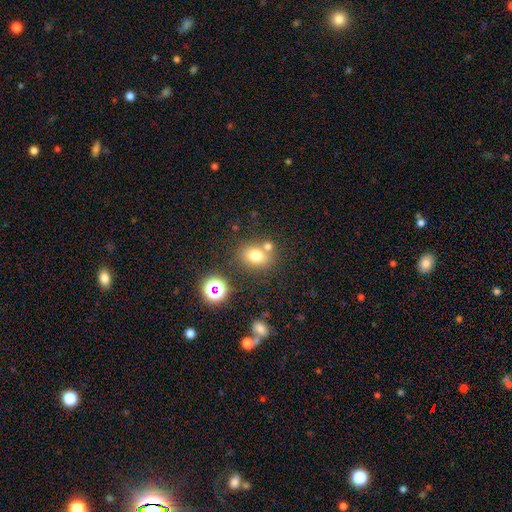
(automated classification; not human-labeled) This is likely a smooth galaxy (73%). How rounded: possibly round (50%). Merging: likely none (64%).